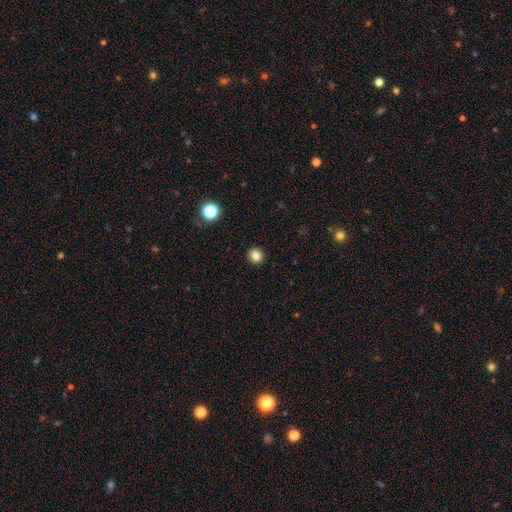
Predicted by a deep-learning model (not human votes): Smooth or featured?
  - smooth: 83% *
  - star or artifact: 12%
  - featured or disk: 5%
How rounded?
  - round: 86% *
  - in between: 13%
  - cigar-shaped: 1%
Merging?
  - none: 92% *
  - minor disturbance: 5%
  - major disturbance: 2%
  - merger: 1%